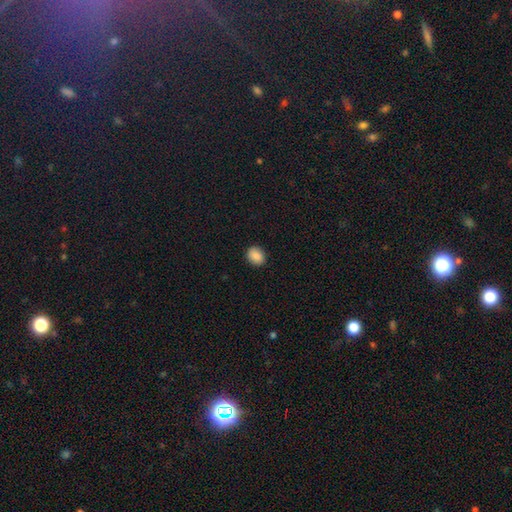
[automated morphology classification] Smooth or featured: smooth — 88% (star or artifact — 8%)
How rounded: round — 51% (in between — 48%)
Merging: none — 90% (minor disturbance — 7%)